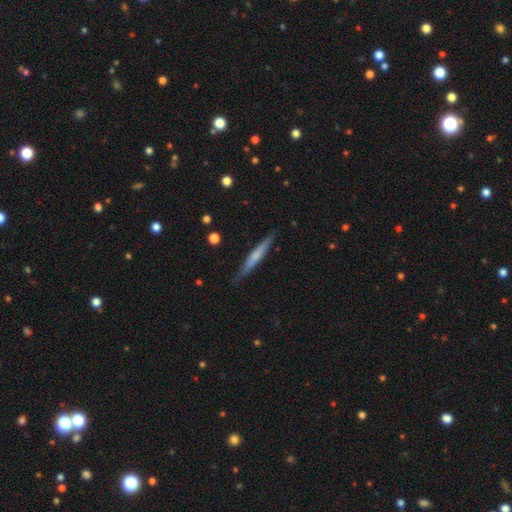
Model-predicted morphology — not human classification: This is possibly a smooth galaxy (50%). Merging: clearly none (86%).